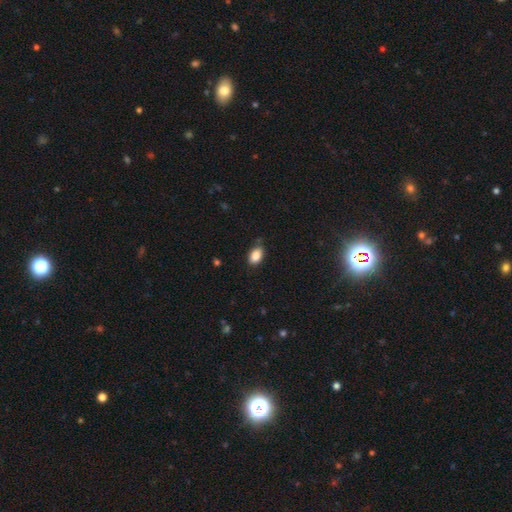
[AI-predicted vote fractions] Overall: smooth (88%). How rounded: in between (88%). Merging: none (78%).